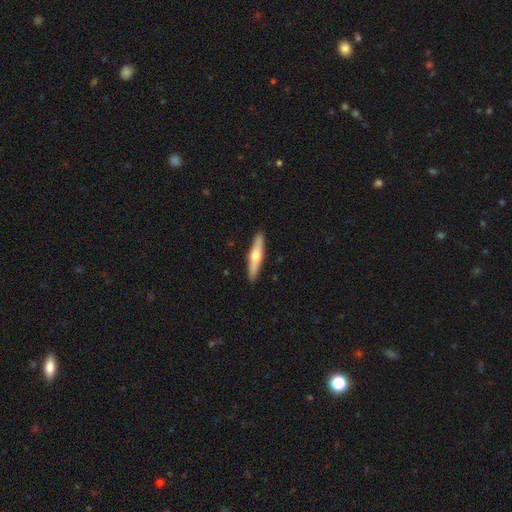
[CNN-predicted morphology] Smooth or featured? smooth (48%)
Merging? none (91%)